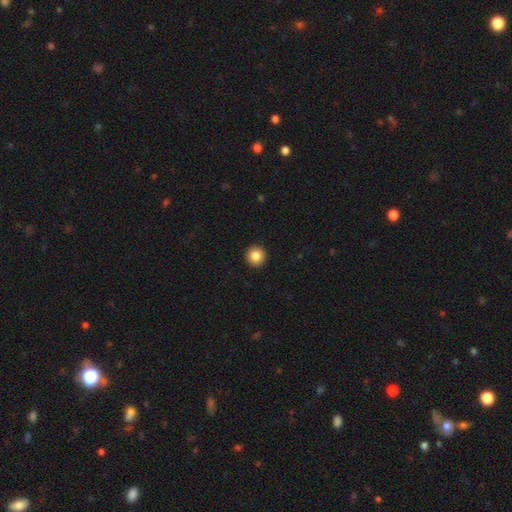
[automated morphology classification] The model was most divided on "smooth or featured": smooth: 85%, star or artifact: 9%, featured or disk: 5%. More confident: how rounded — round (96%); merging — none (94%).